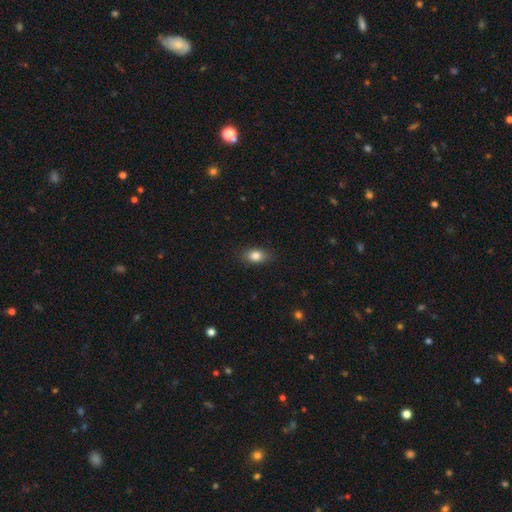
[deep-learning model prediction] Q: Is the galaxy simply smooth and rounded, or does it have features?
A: smooth — 83%.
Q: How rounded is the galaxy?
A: in between — 82%.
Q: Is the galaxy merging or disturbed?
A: none — 86%.